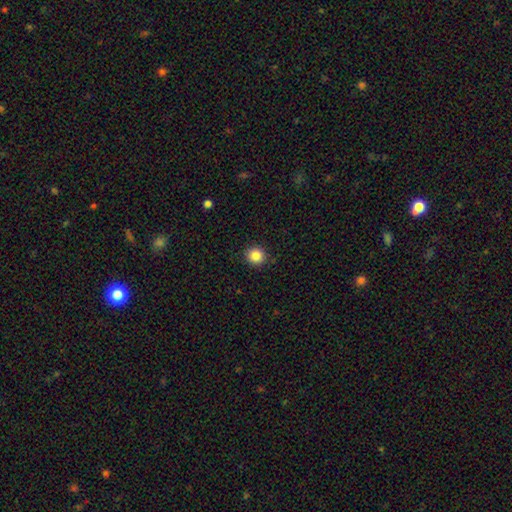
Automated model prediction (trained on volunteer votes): The model was most divided on "smooth or featured": smooth: 86%, star or artifact: 10%, featured or disk: 4%. More confident: merging — none (91%); how rounded — round (91%).